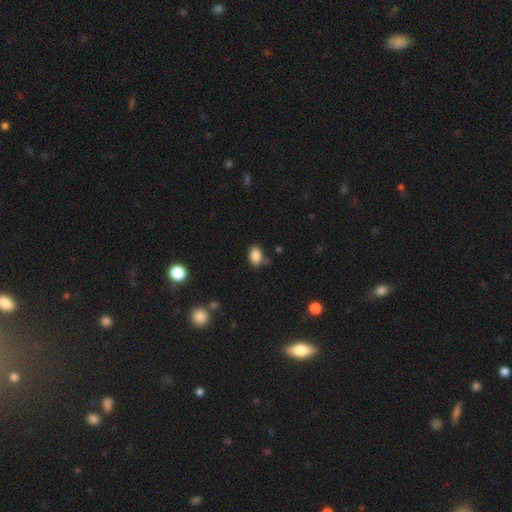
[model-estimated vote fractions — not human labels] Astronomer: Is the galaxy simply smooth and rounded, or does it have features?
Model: smooth — 85%.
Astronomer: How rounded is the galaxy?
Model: in between — 86%.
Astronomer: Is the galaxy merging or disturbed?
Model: none — 75%.